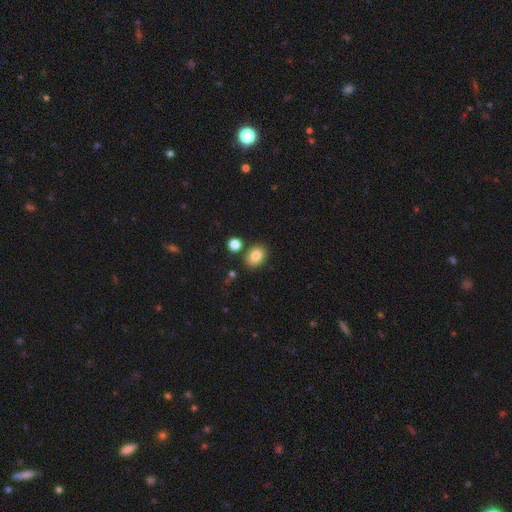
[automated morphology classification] This is clearly a smooth galaxy (82%). How rounded: likely in between (62%). Merging: likely none (79%).